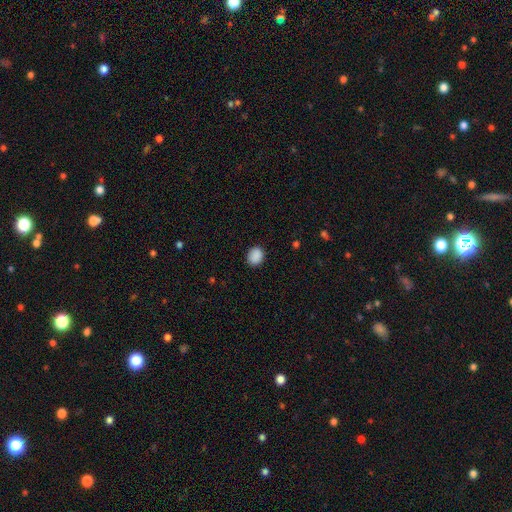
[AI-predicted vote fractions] The model was most divided on "how rounded": round: 55%, in between: 44%, cigar-shaped: 1%. More confident: smooth or featured — smooth (89%); merging — none (87%).